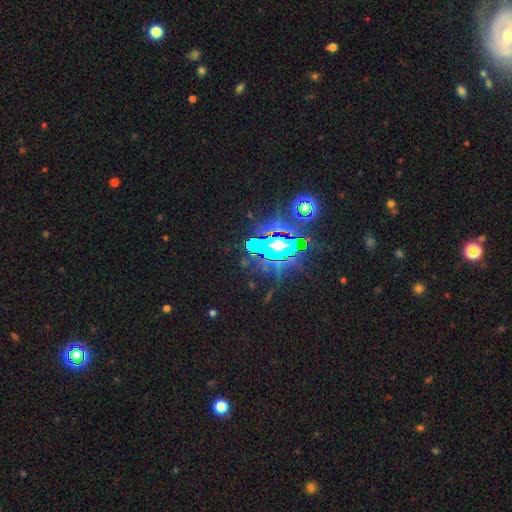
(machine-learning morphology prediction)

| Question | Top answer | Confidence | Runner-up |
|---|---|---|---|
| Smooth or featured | star or artifact | 83% | smooth (9%) |